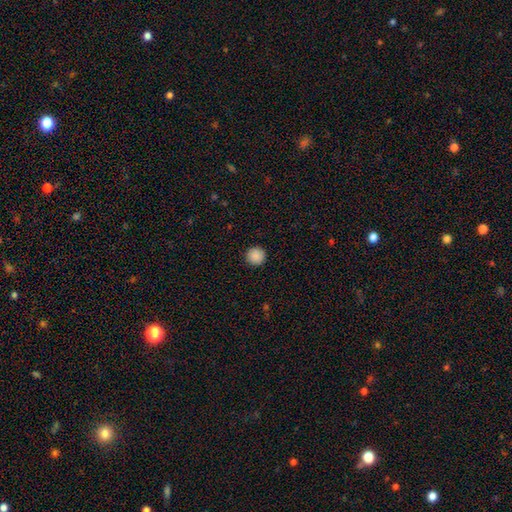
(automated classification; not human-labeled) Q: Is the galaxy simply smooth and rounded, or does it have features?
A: smooth — 89%.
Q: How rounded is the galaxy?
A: round — 96%.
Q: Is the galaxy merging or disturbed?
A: none — 93%.